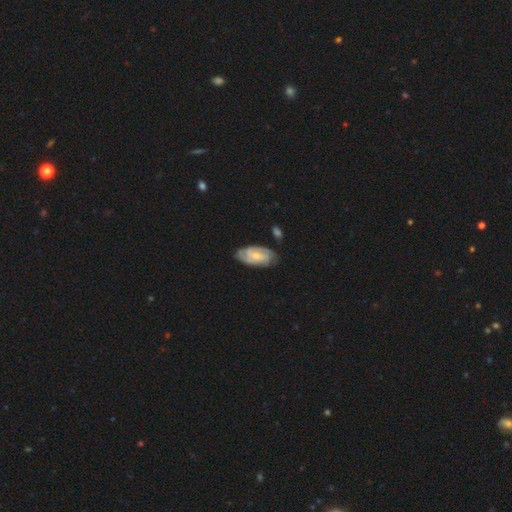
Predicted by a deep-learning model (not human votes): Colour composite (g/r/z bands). It shows a featured or disk galaxy (79%) with no bar (54%), 2 (42%) tight (63%) spiral arms (96%) and a small central bulge (61%). Merging: none (75%).